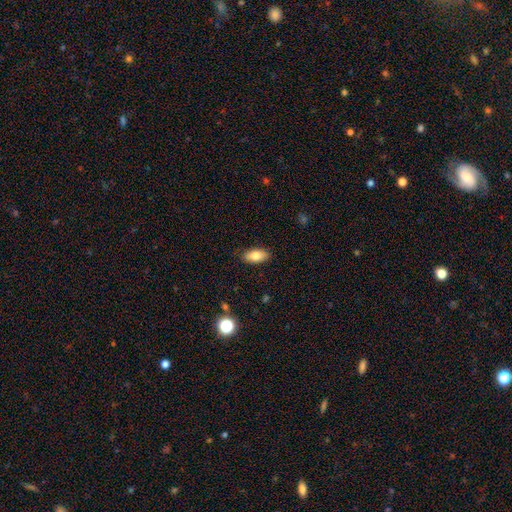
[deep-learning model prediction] Smooth or featured? smooth (80%)
How rounded? in between (90%)
Merging? none (87%)